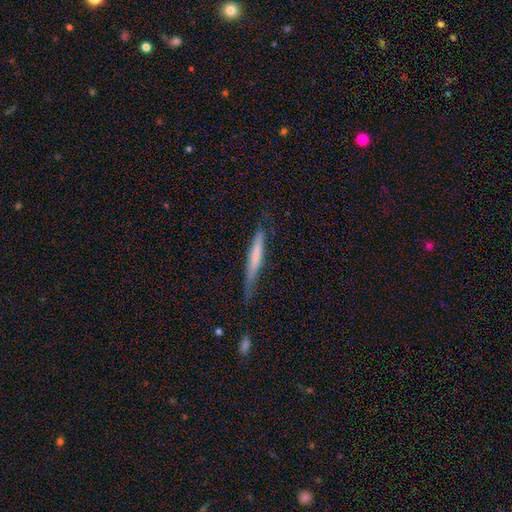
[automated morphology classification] smooth-or-featured: smooth: 61% | featured or disk: 33% | star or artifact: 6%
  how-rounded: cigar-shaped: 95% | in between: 4% | round: 1%
  merging: none: 62% | minor disturbance: 29% | major disturbance: 7% | merger: 2%